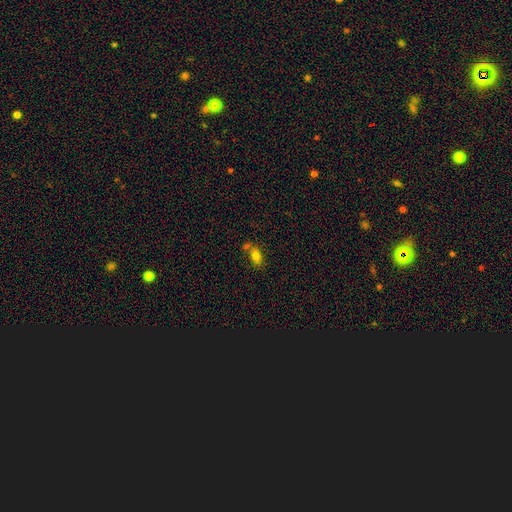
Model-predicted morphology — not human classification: Smooth or featured? smooth (75%)
How rounded? in between (85%)
Merging? none (49%)